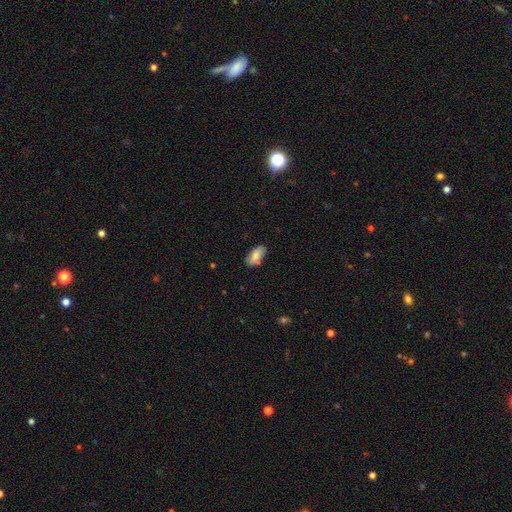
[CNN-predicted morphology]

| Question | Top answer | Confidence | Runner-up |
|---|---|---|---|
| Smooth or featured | smooth | 76% | featured or disk (17%) |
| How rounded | in between | 91% | cigar-shaped (6%) |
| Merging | none | 77% | minor disturbance (17%) |